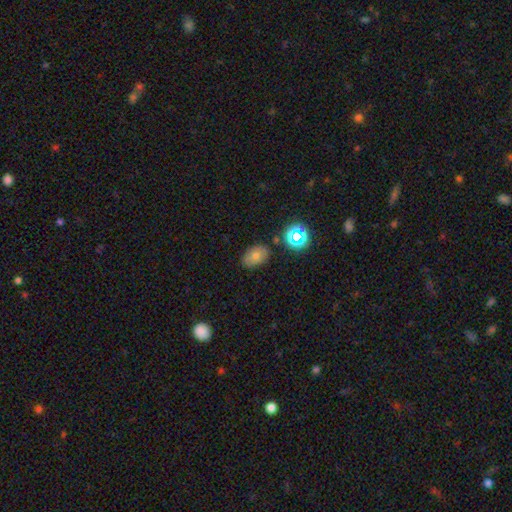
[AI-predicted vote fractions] Morphology: type=smooth (66%); roundness=in between (81%); merging=none (79%).